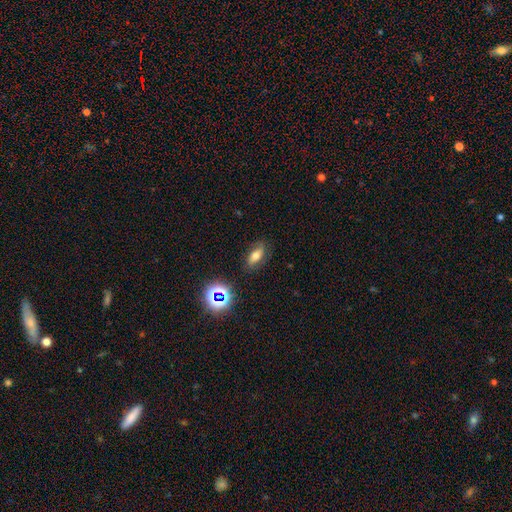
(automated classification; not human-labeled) smooth-or-featured: smooth: 50% | featured or disk: 31% | star or artifact: 18%
  how-rounded: in between: 78% | cigar-shaped: 13% | round: 9%
  merging: none: 77% | minor disturbance: 16% | major disturbance: 5% | merger: 2%